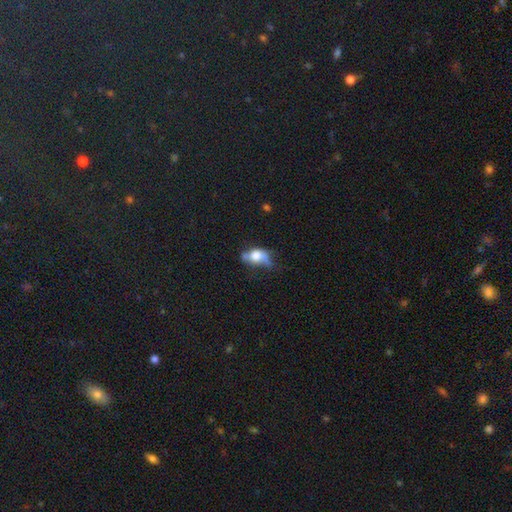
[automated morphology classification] type=smooth (50%); merging=none (36%).